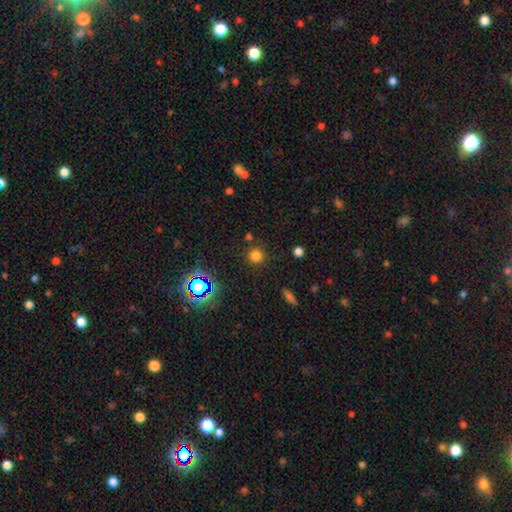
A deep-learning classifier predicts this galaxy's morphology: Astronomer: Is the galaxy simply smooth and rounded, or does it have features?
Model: smooth — 74%.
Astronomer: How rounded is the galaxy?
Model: round — 93%.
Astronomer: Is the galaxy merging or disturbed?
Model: none — 85%.